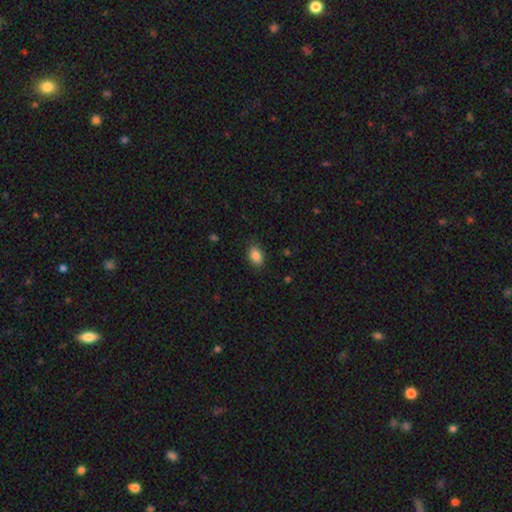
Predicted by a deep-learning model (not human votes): smooth 87%, star or artifact 9%, featured or disk 4%. Down the decision tree: how rounded — in between (81%); merging — none (85%).